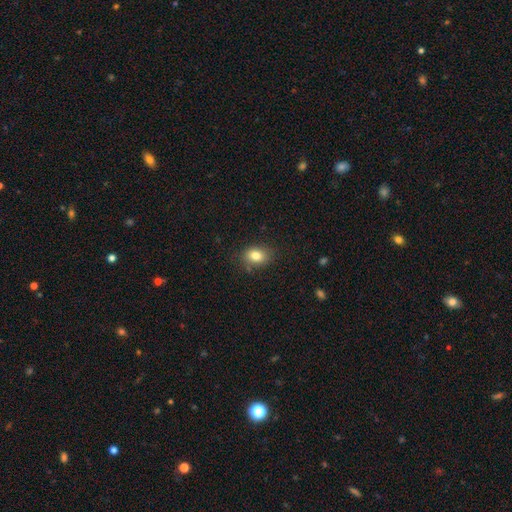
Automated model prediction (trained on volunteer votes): This appears to be a smooth galaxy with no disk features (81%) that is in between round and cigar-shaped (65%). Merging: none (79%).